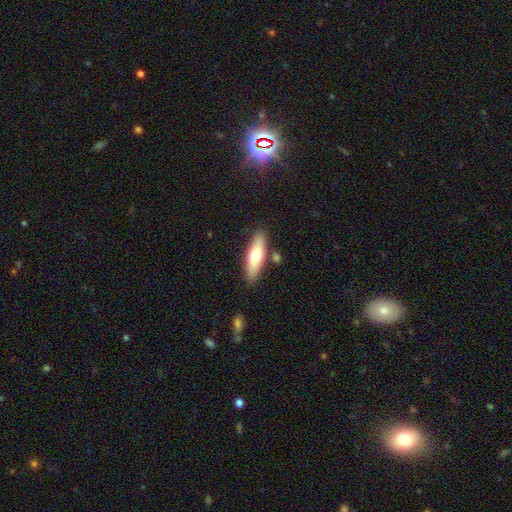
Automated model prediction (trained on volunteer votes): A smooth galaxy with no disk features (64%) that is cigar-shaped (61%).

Vote fractions:
- Smooth or featured? smooth: 64% / featured or disk: 30% / star or artifact: 6%
- How rounded? cigar-shaped: 61% / in between: 37% / round: 2%
- Merging? none: 82% / minor disturbance: 11% / merger: 6% / major disturbance: 2%